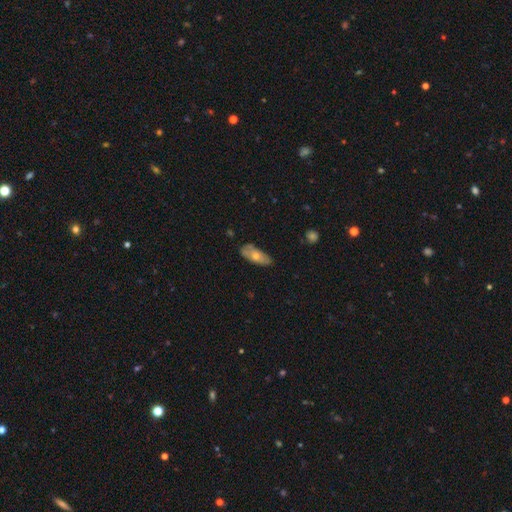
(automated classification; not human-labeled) Smooth or featured?
  - smooth: 55% *
  - featured or disk: 38%
  - star or artifact: 7%
How rounded?
  - in between: 75% *
  - cigar-shaped: 22%
  - round: 3%
Merging?
  - none: 75% *
  - minor disturbance: 20%
  - major disturbance: 4%
  - merger: 1%